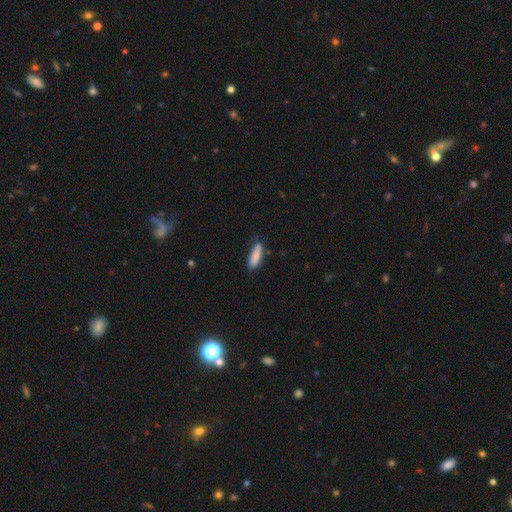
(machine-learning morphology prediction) Smooth or featured?
  - smooth: 84% *
  - featured or disk: 10%
  - star or artifact: 6%
How rounded?
  - cigar-shaped: 58% *
  - in between: 40%
  - round: 2%
Merging?
  - none: 71% *
  - minor disturbance: 22%
  - major disturbance: 4%
  - merger: 3%